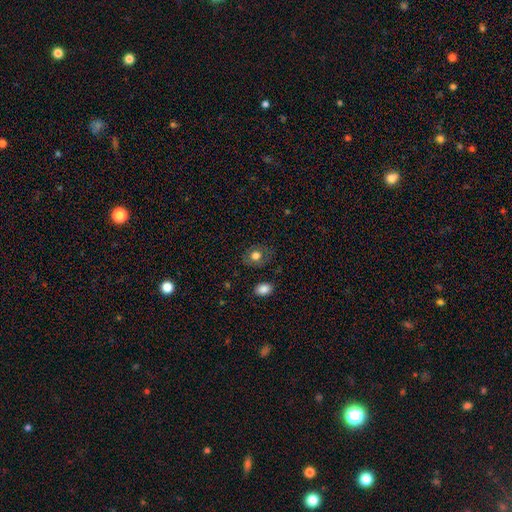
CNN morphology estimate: A smooth galaxy with no disk features (73%) that is in between round and cigar-shaped (54%). Merging: none (76%).